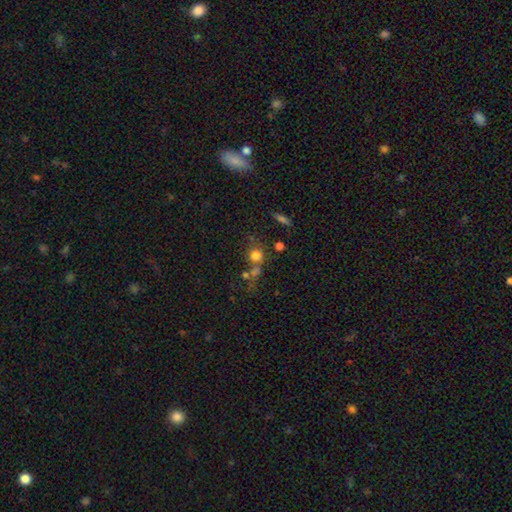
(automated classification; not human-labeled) Smooth or featured? smooth (73%)
How rounded? round (86%)
Merging? none (53%)